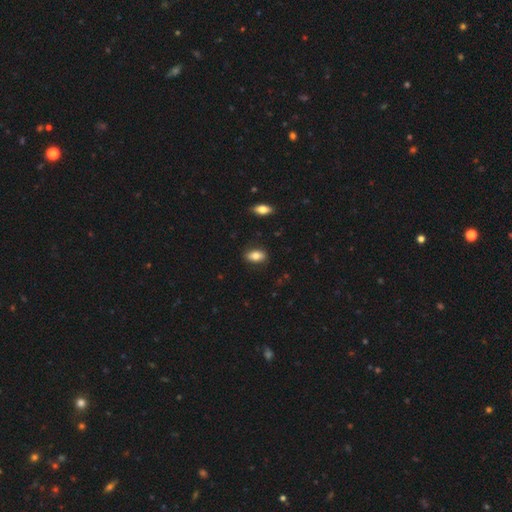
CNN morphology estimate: type=smooth (81%); roundness=in between (89%); merging=none (85%).